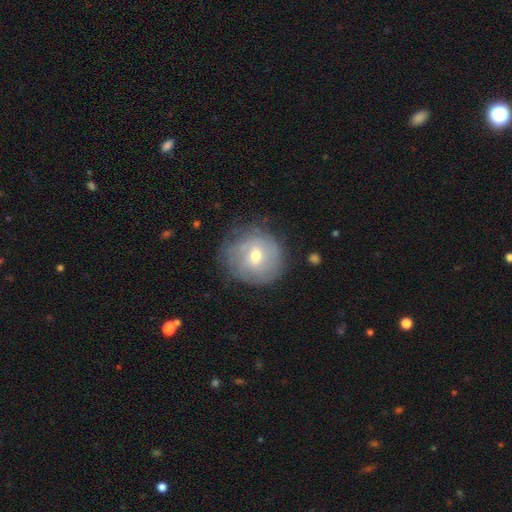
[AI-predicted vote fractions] smooth-or-featured: featured or disk: 52% | smooth: 39% | star or artifact: 9%
  disk-edge-on: no: 96% | yes: 4%
  merging: none: 72% | minor disturbance: 19% | major disturbance: 8% | merger: 1%